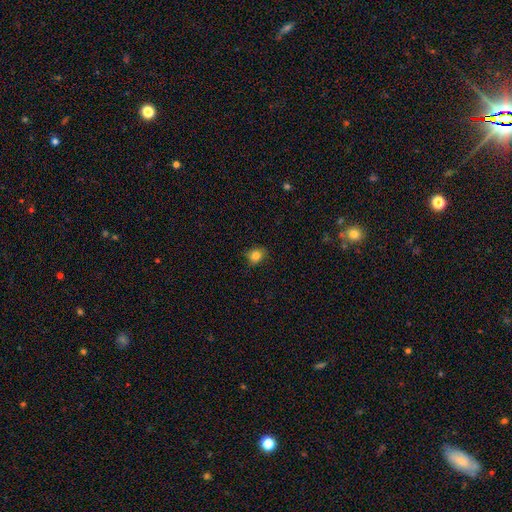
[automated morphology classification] smooth-or-featured: smooth: 84% | star or artifact: 11% | featured or disk: 5%
  how-rounded: round: 59% | in between: 40% | cigar-shaped: 1%
  merging: none: 77% | minor disturbance: 18% | major disturbance: 4% | merger: 1%